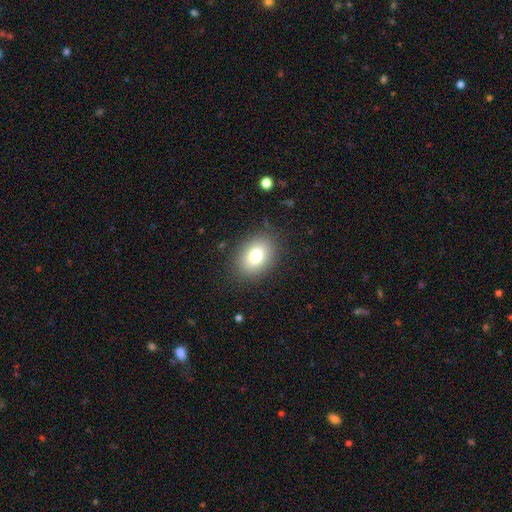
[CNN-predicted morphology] Smooth or featured: smooth — 78% (featured or disk — 11%)
How rounded: in between — 66% (round — 33%)
Merging: none — 85% (minor disturbance — 10%)